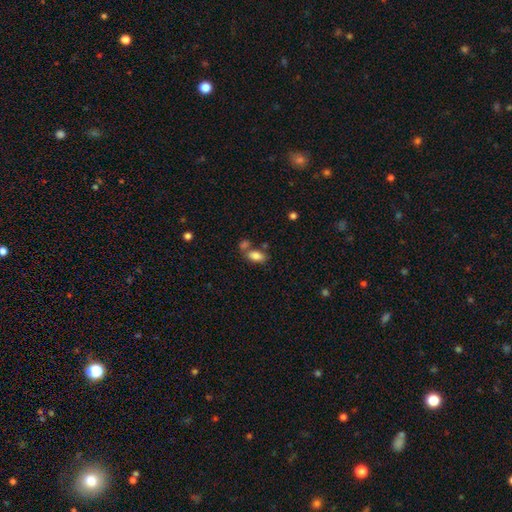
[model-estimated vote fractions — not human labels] smooth 83%, star or artifact 9%, featured or disk 8%. Down the decision tree: how rounded — in between (91%); merging — none (50%).